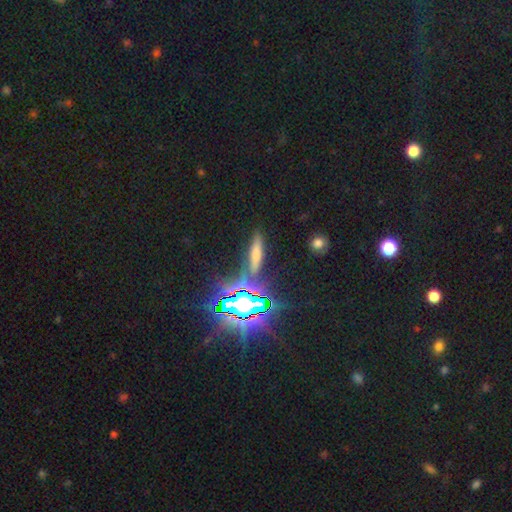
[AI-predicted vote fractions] Smooth or featured? star or artifact (43%)